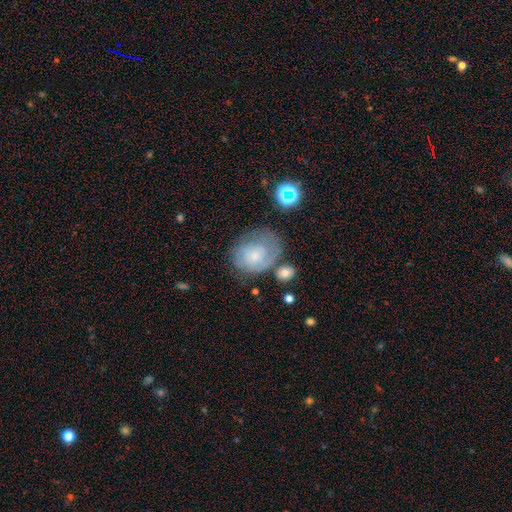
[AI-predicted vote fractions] featured or disk 48%, smooth 41%, star or artifact 11%. Down the decision tree: merging — none (51%).